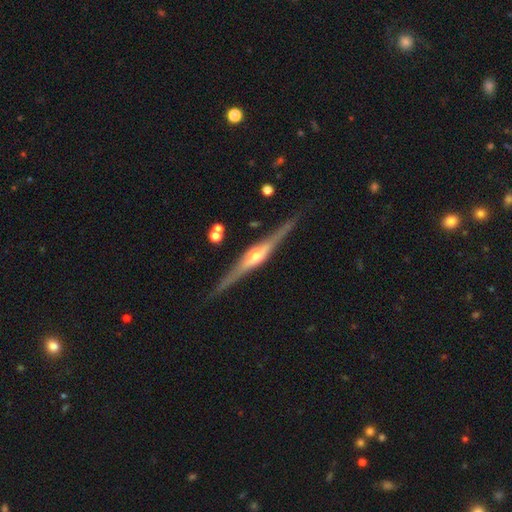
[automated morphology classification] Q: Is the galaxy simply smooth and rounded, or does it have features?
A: featured or disk — 85%.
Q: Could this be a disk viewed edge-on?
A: yes — 98%.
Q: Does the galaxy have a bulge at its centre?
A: rounded — 88%.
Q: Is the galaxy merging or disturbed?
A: none — 87%.